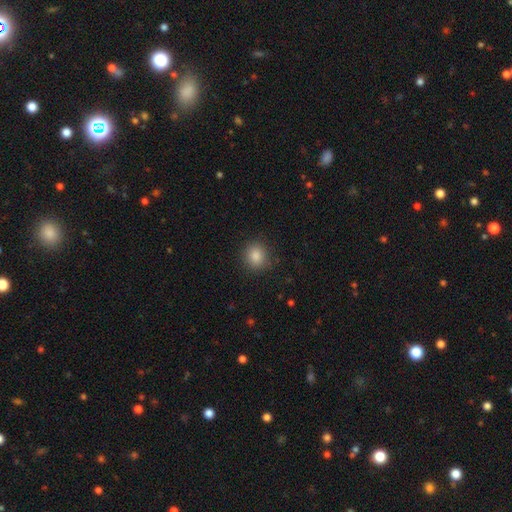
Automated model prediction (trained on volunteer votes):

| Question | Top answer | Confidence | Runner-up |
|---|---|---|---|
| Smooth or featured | smooth | 84% | star or artifact (11%) |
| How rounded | round | 82% | in between (17%) |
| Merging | none | 88% | minor disturbance (8%) |